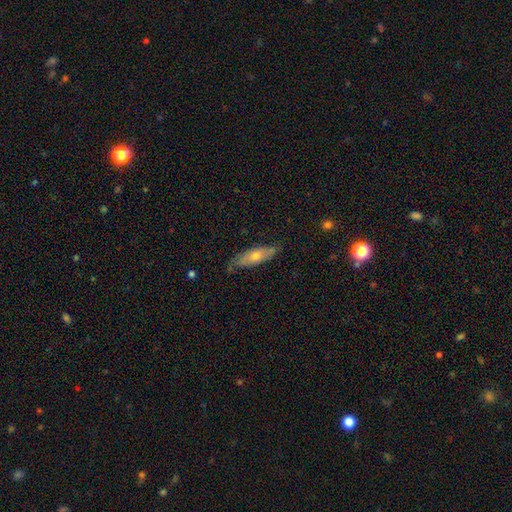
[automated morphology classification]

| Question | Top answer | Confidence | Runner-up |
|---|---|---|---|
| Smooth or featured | smooth | 47% | featured or disk (46%) |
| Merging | none | 73% | minor disturbance (22%) |